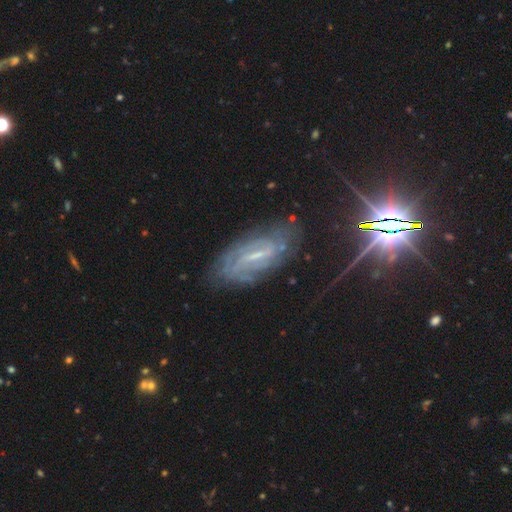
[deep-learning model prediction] Smooth or featured?
  - featured or disk: 76% *
  - star or artifact: 14%
  - smooth: 10%
Edge-on disk?
  - no: 91% *
  - yes: 9%
Bar?
  - weak: 45% *
  - strong: 42%
  - no: 14%
Spiral arms?
  - yes: 90% *
  - no: 10%
Spiral winding?
  - tight: 46% *
  - medium: 36%
  - loose: 18%
Spiral arm count?
  - 2: 41% *
  - can't tell: 38%
  - 3: 8%
  - 4: 5%
  - 1: 5%
  - more than 4: 4%
Bulge size?
  - small: 63% *
  - moderate: 19%
  - none: 16%
  - large: 1%
  - dominant: 1%
Merging?
  - none: 74% *
  - minor disturbance: 17%
  - major disturbance: 7%
  - merger: 2%